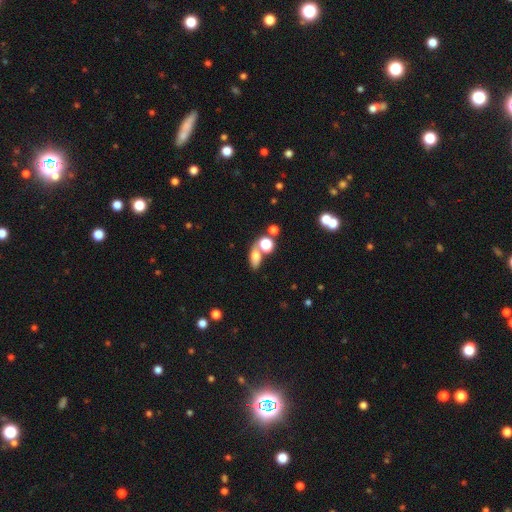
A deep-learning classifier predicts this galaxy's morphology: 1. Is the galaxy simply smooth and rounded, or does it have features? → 70% smooth, 15% star or artifact, 15% featured or disk.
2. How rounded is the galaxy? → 71% in between, 22% round, 7% cigar-shaped.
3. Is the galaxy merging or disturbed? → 49% none, 34% merger, 11% minor disturbance, 6% major disturbance.